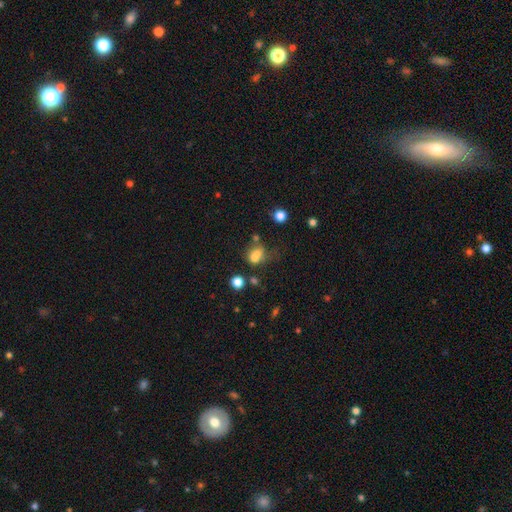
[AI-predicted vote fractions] Smooth or featured? Predicted: smooth (p=0.70). How rounded? Predicted: in between (p=0.62). Merging? Predicted: none (p=0.30).